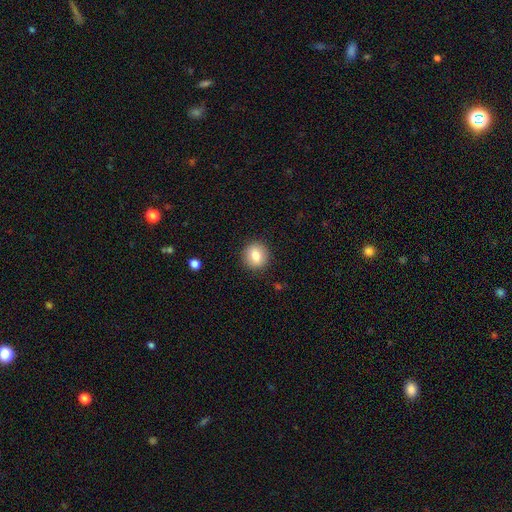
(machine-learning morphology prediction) A smooth galaxy with no disk features (81%) that is round (90%). Merging: none (90%).